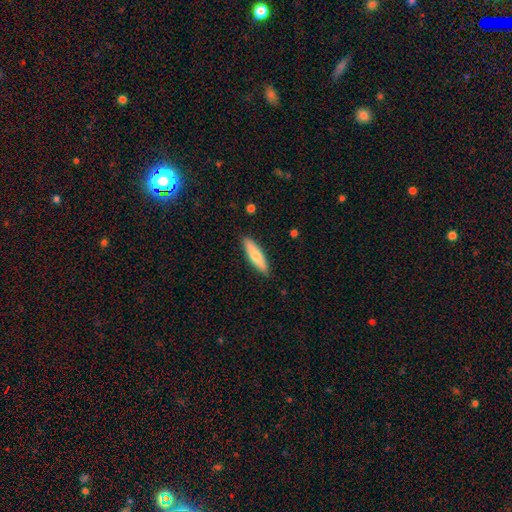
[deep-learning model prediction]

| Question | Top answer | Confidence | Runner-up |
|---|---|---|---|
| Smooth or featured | smooth | 66% | featured or disk (28%) |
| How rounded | cigar-shaped | 68% | in between (31%) |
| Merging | none | 89% | minor disturbance (9%) |